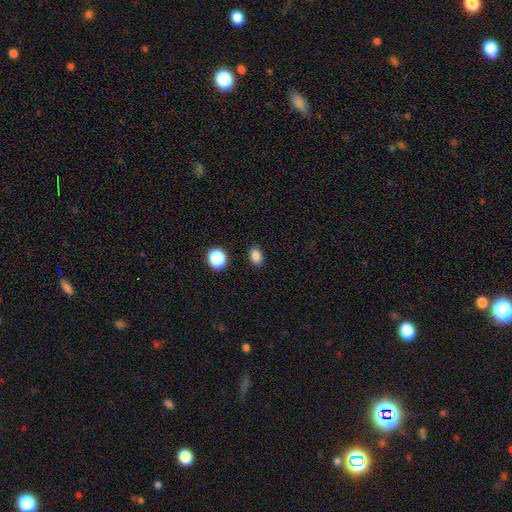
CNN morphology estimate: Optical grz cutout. It shows a smooth galaxy with no disk features (85%) that is in between round and cigar-shaped (74%). Merging: none (87%).